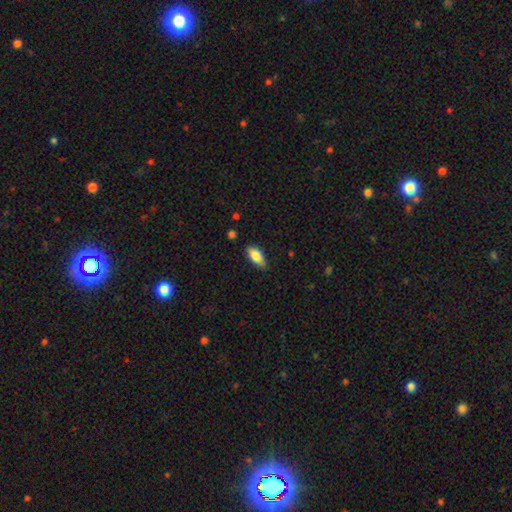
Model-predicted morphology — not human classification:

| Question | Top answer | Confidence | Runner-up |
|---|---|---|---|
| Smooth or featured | smooth | 79% | featured or disk (14%) |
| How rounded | in between | 84% | cigar-shaped (13%) |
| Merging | none | 75% | minor disturbance (21%) |